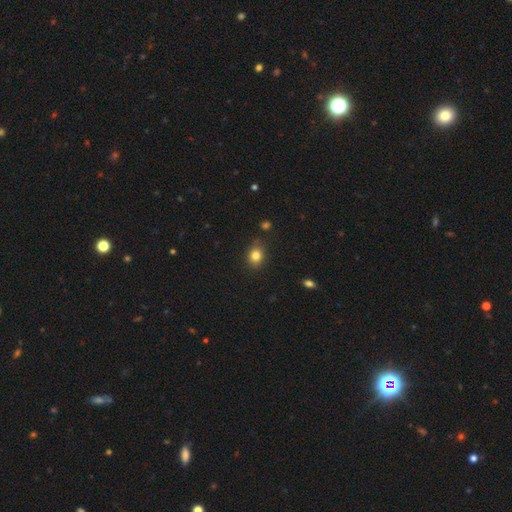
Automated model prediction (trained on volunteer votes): A smooth galaxy with no disk features (82%) that is round (51%).

Vote fractions:
- Smooth or featured? smooth: 82% / star or artifact: 11% / featured or disk: 7%
- How rounded? round: 51% / in between: 47% / cigar-shaped: 1%
- Merging? none: 81% / minor disturbance: 14% / major disturbance: 3% / merger: 2%